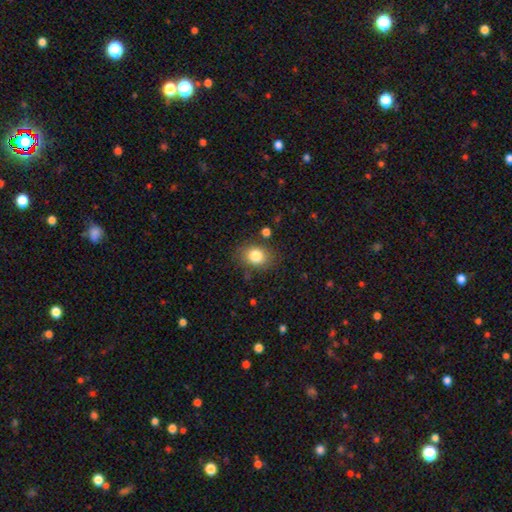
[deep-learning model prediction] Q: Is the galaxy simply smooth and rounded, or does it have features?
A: smooth — 81%.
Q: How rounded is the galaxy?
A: in between — 53%.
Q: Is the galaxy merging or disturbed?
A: none — 79%.